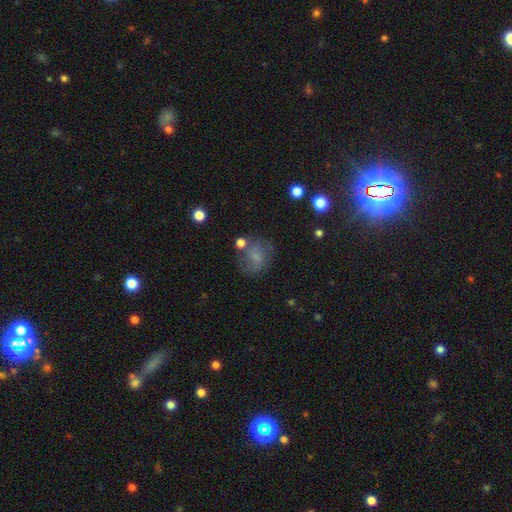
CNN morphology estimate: Overall: smooth (53%; featured or disk 32%). How rounded: round (63%; in between 36%). Merging: none (54%; minor disturbance 22%).